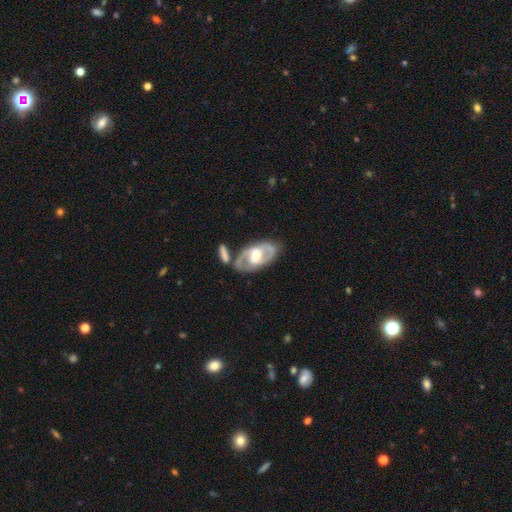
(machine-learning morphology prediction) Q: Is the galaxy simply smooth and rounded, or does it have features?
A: featured or disk — 79%.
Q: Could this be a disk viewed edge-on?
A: no — 93%.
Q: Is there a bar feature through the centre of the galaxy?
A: weak — 39%.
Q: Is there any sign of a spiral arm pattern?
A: yes — 81%.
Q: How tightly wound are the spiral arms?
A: medium — 48%.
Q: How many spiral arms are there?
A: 2 — 82%.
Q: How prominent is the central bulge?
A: moderate — 69%.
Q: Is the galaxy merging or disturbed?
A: none — 65%.